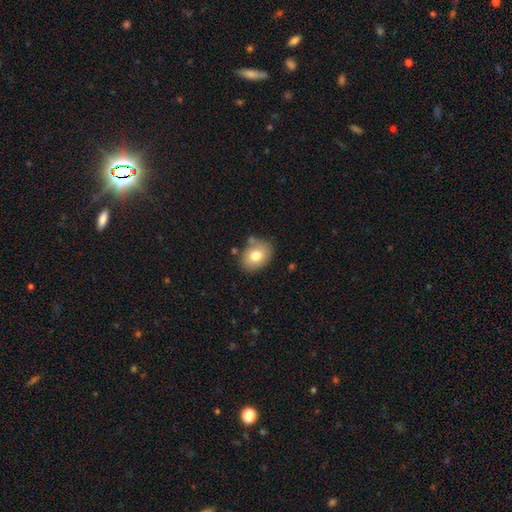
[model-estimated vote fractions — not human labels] Smooth or featured? smooth (77%)
How rounded? in between (65%)
Merging? none (74%)